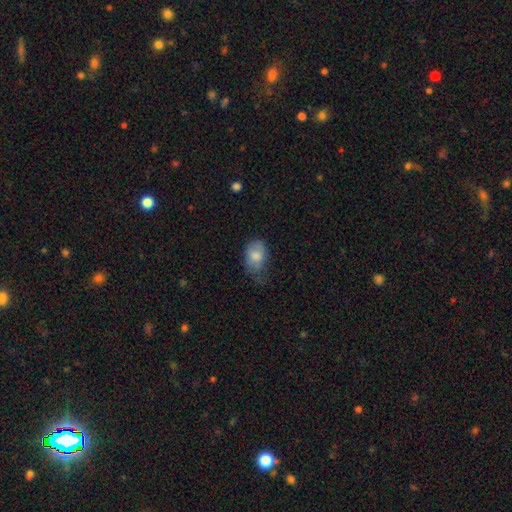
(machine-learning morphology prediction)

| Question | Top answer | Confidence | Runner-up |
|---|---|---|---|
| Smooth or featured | smooth | 79% | featured or disk (13%) |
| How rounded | in between | 84% | round (14%) |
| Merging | minor disturbance | 40% | none (39%) |